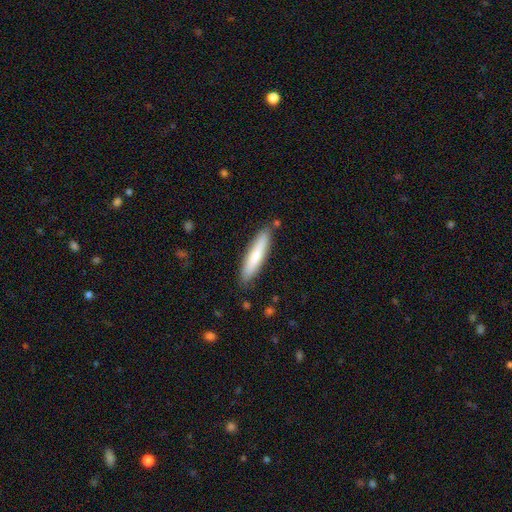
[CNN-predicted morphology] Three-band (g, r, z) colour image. It shows a smooth galaxy with no disk features (72%) that is cigar-shaped (84%). Merging: none (85%).